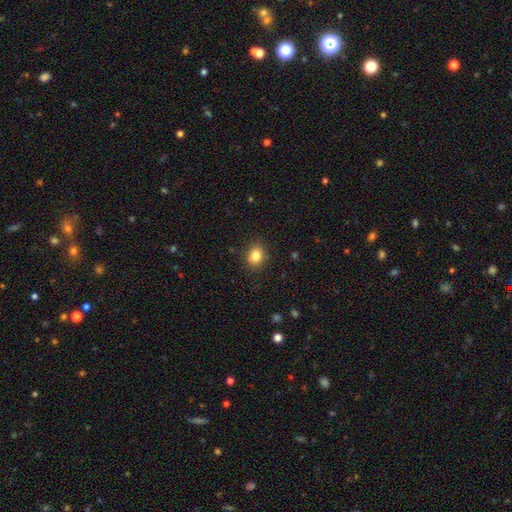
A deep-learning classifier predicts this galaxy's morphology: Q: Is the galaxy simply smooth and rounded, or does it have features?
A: smooth — 83%.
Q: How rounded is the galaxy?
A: in between — 50%.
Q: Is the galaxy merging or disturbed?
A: none — 86%.